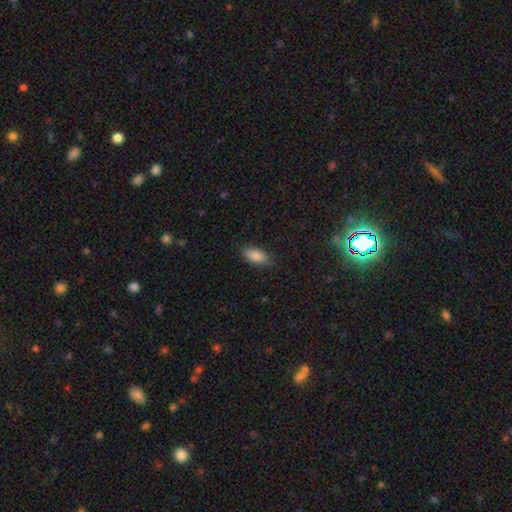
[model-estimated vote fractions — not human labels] Smooth or featured? Predicted: smooth (p=0.86). How rounded? Predicted: in between (p=0.91). Merging? Predicted: none (p=0.84).